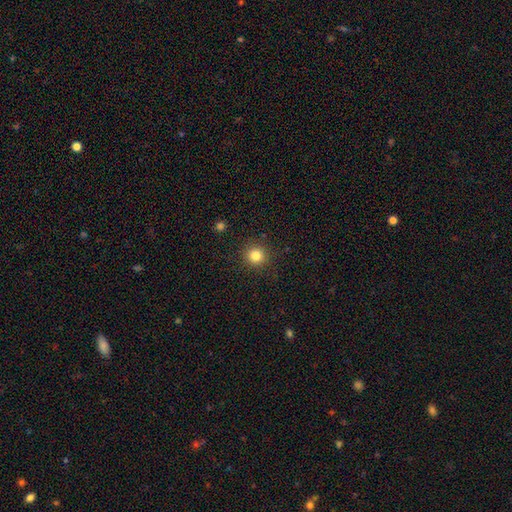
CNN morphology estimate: A smooth galaxy with no disk features (83%) that is round (94%).

Vote fractions:
- Smooth or featured? smooth: 83% / star or artifact: 12% / featured or disk: 5%
- How rounded? round: 94% / in between: 5% / cigar-shaped: 1%
- Merging? none: 90% / minor disturbance: 6% / major disturbance: 2% / merger: 1%